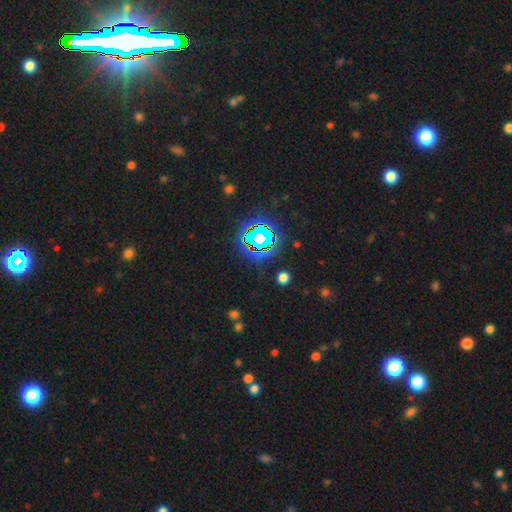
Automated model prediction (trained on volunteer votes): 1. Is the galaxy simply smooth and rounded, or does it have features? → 82% star or artifact, 11% smooth, 8% featured or disk.